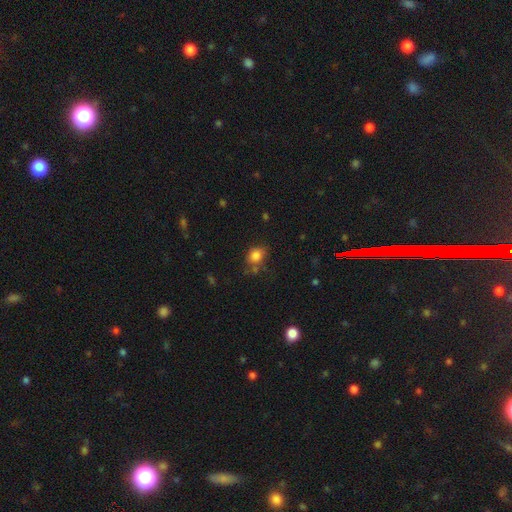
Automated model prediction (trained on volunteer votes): The model was most divided on "how rounded": round: 55%, in between: 44%, cigar-shaped: 1%. More confident: smooth or featured — smooth (81%); merging — none (59%).